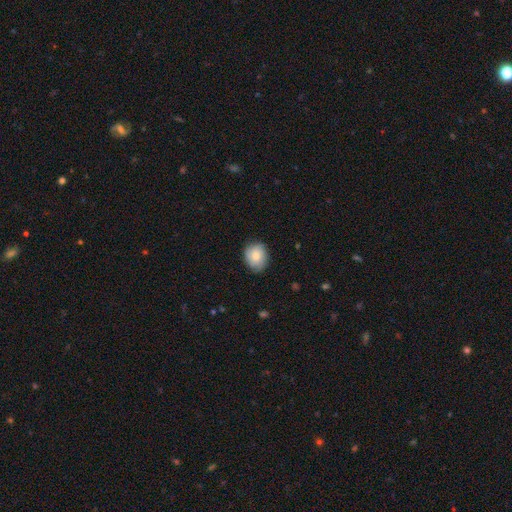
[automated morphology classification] smooth_or_featured: smooth (p=0.79) [alt: featured or disk p=0.15]
how_rounded: round (p=0.56) [alt: in between p=0.43]
merging: none (p=0.79) [alt: minor disturbance p=0.17]